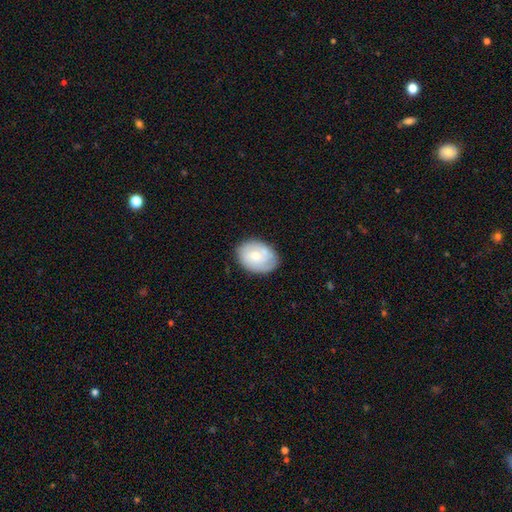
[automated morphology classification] smooth 56%, featured or disk 37%, star or artifact 7%. Down the decision tree: how rounded — in between (69%); merging — none (70%).